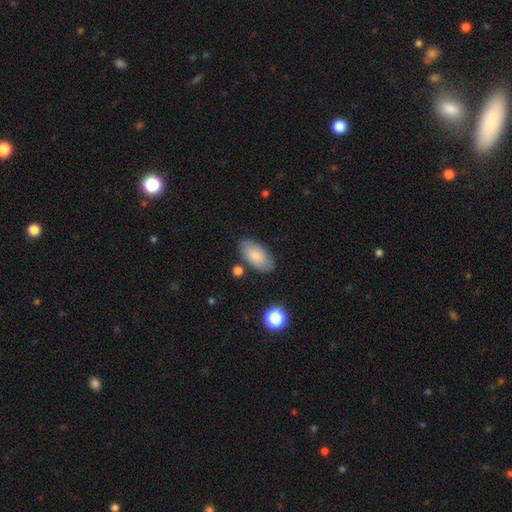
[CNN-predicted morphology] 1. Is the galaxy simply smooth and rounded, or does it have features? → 81% smooth, 12% featured or disk, 7% star or artifact.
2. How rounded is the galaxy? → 94% in between, 4% cigar-shaped, 3% round.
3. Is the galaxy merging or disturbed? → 79% none, 13% minor disturbance, 4% merger, 3% major disturbance.